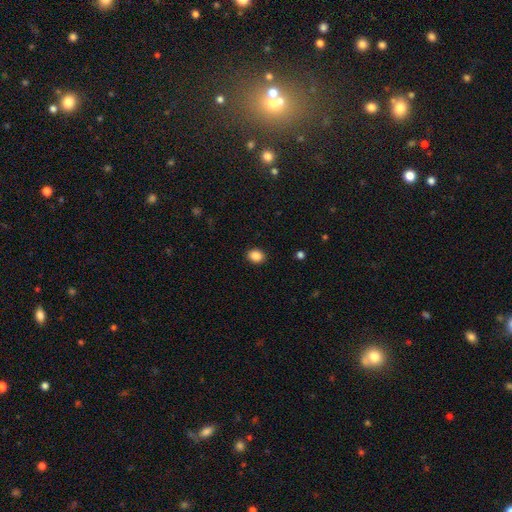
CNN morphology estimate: smooth-or-featured: smooth: 87% | star or artifact: 9% | featured or disk: 4%
  how-rounded: round: 50% | in between: 49% | cigar-shaped: 1%
  merging: none: 90% | minor disturbance: 7% | major disturbance: 2% | merger: 1%